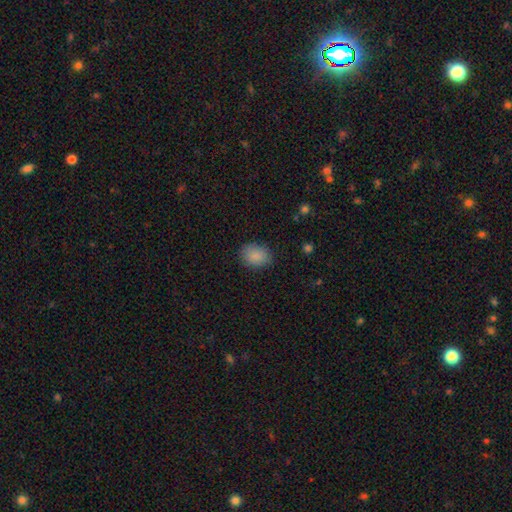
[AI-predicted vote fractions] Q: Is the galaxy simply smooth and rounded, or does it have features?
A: smooth — 87%.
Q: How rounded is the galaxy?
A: in between — 64%.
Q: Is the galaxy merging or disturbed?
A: none — 83%.